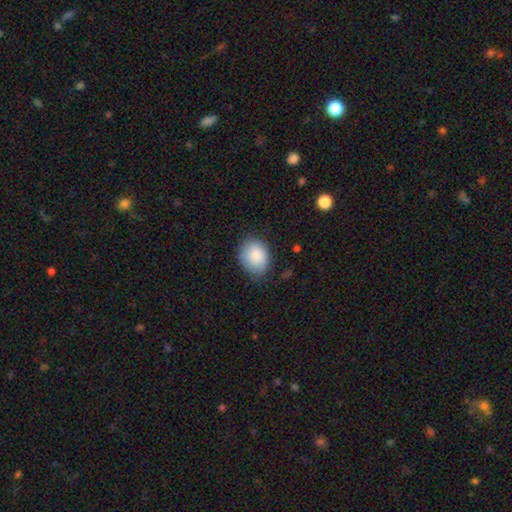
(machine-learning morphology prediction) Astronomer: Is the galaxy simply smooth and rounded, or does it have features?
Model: smooth — 85%.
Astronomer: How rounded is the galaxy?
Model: in between — 54% (runner-up: round, 45%).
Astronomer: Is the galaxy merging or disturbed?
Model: none — 71%.